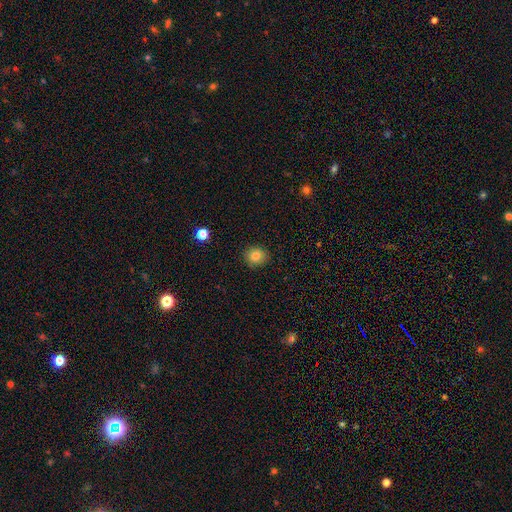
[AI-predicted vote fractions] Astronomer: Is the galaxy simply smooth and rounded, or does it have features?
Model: smooth — 82%.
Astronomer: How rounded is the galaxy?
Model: round — 82%.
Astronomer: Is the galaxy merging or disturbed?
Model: none — 89%.